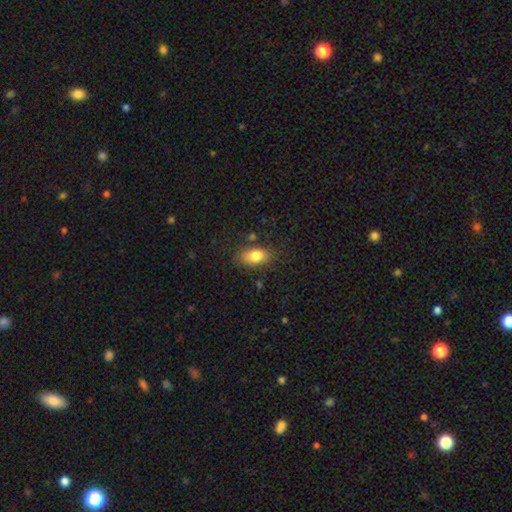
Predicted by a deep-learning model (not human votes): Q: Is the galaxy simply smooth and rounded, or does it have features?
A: smooth — 82%.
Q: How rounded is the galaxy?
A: in between — 89%.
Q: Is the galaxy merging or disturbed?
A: none — 76%.